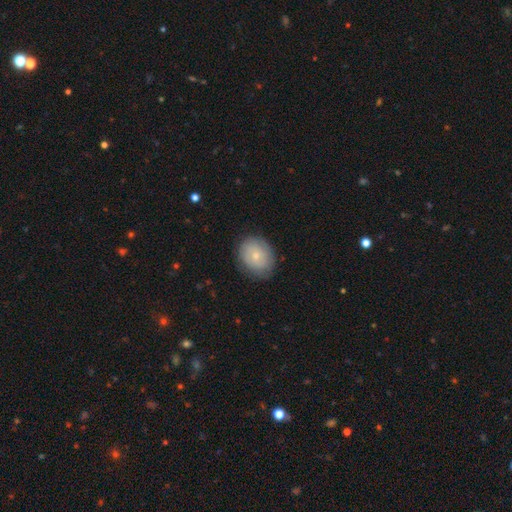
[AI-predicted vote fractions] Smooth or featured? smooth (63%)
How rounded? round (53%)
Merging? none (81%)